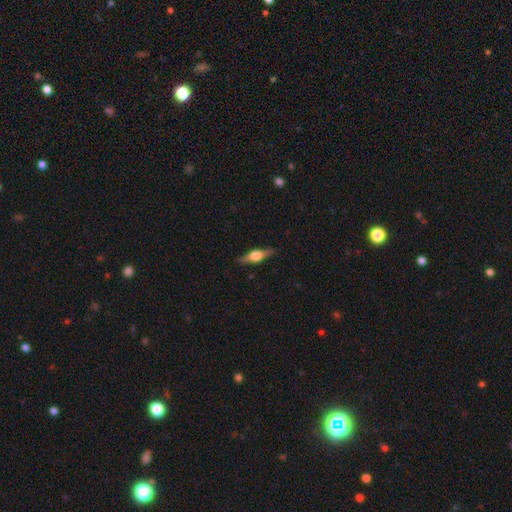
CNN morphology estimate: featured or disk 62%, smooth 32%, star or artifact 6%. Down the decision tree: edge-on disk — yes (96%); edge-on bulge — rounded (92%); merging — none (88%).